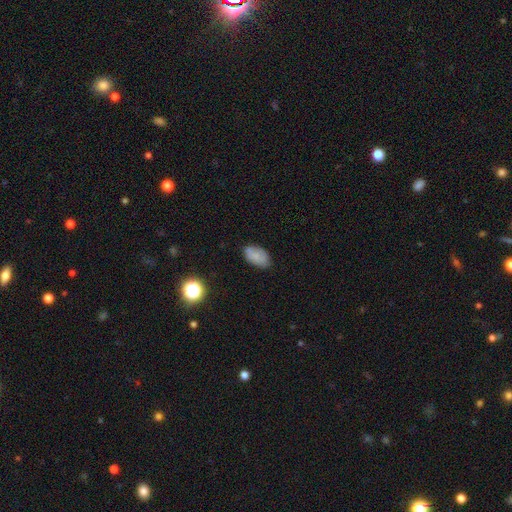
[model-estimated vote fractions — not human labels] Overall: smooth (75%). How rounded: in between (92%). Merging: none (73%).